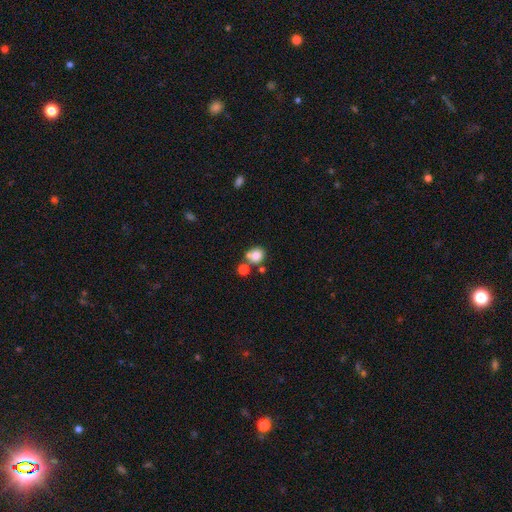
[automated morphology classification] This is likely a smooth galaxy (79%). How rounded: likely round (79%). Merging: possibly none (54%).